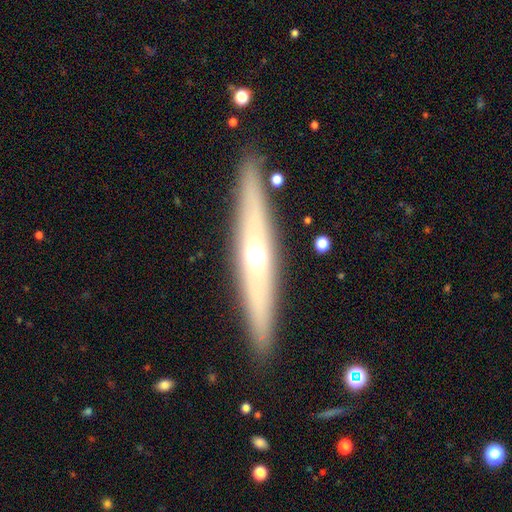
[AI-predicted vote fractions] Smooth or featured? Predicted: featured or disk (p=0.64). Edge-on disk? Predicted: yes (p=0.91). Edge-on bulge? Predicted: rounded (p=0.84). Merging? Predicted: none (p=0.89).